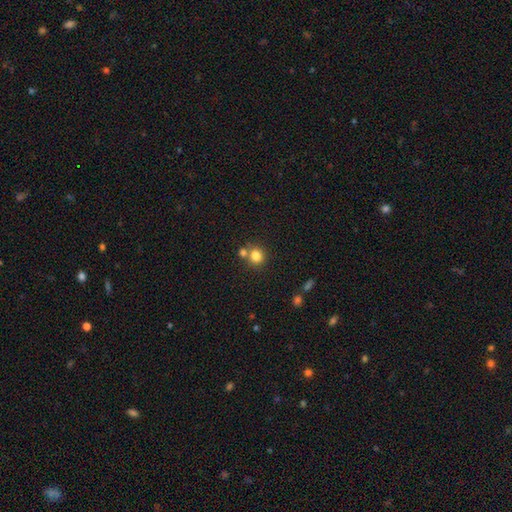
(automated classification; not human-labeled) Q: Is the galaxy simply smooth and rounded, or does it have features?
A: smooth — 81%.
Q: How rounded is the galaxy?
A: round — 83%.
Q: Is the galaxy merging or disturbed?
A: none — 61%.